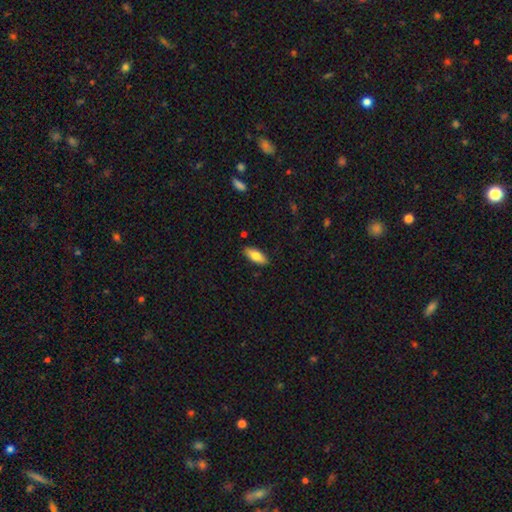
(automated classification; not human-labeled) smooth-or-featured: smooth: 74% | featured or disk: 19% | star or artifact: 6%
  how-rounded: in between: 74% | cigar-shaped: 23% | round: 2%
  merging: none: 88% | minor disturbance: 9% | major disturbance: 2% | merger: 2%